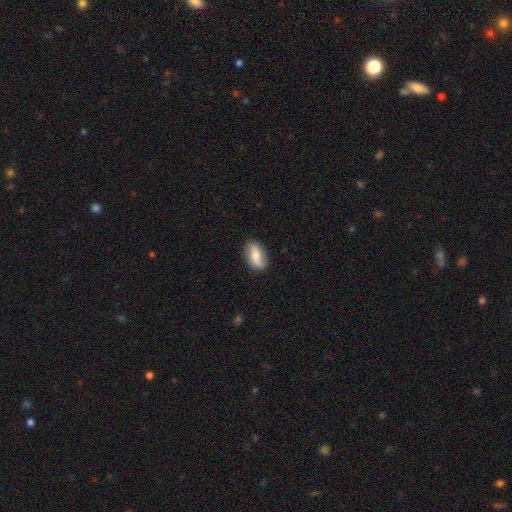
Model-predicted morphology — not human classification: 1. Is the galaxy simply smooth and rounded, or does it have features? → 59% smooth, 34% featured or disk, 7% star or artifact.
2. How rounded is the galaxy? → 87% in between, 8% cigar-shaped, 5% round.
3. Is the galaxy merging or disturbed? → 83% none, 13% minor disturbance, 3% major disturbance, 1% merger.